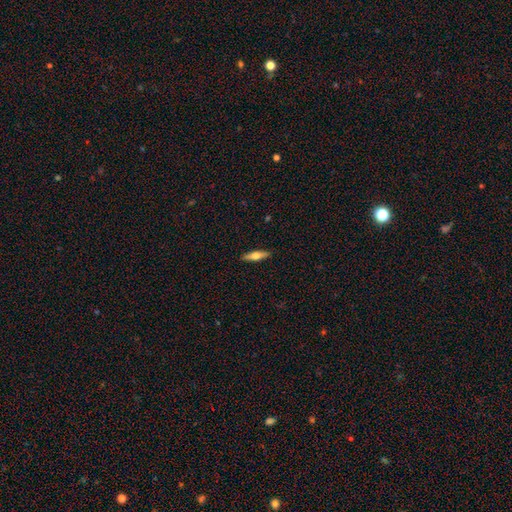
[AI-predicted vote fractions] Smooth or featured? Predicted: smooth (p=0.53). How rounded? Predicted: cigar-shaped (p=0.68). Merging? Predicted: none (p=0.90).